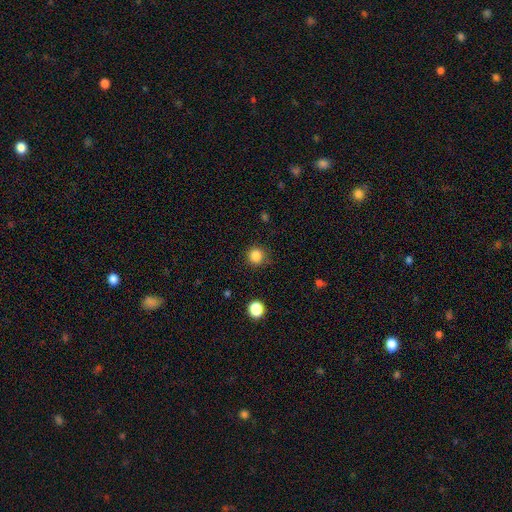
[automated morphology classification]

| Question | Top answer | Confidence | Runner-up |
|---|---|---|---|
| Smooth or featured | smooth | 84% | star or artifact (12%) |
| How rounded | round | 94% | in between (5%) |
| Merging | none | 87% | minor disturbance (9%) |